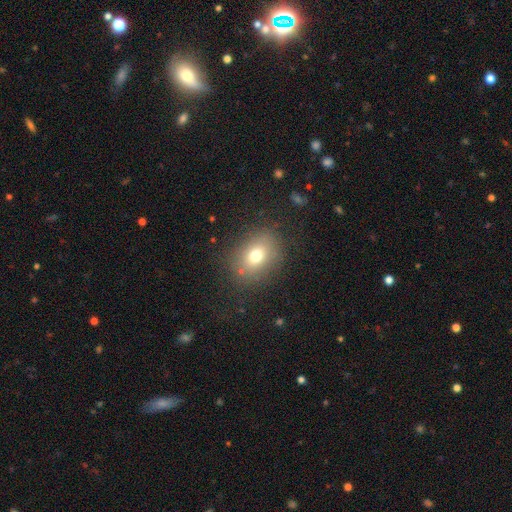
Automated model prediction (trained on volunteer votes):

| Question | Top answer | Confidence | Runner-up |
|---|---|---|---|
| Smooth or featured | smooth | 73% | featured or disk (14%) |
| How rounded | in between | 63% | round (36%) |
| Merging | none | 82% | minor disturbance (11%) |